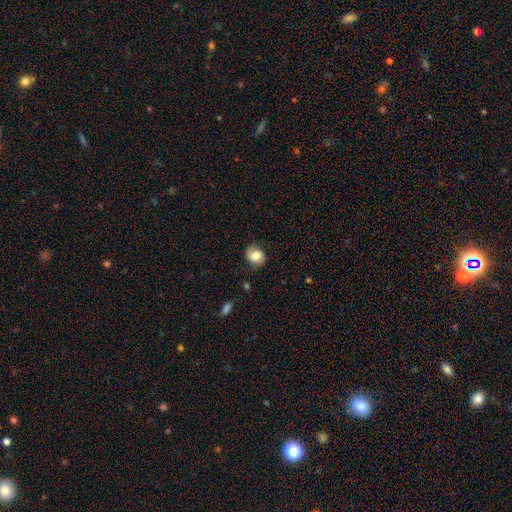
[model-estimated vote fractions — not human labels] Smooth or featured? smooth (71%)
How rounded? round (68%)
Merging? none (78%)